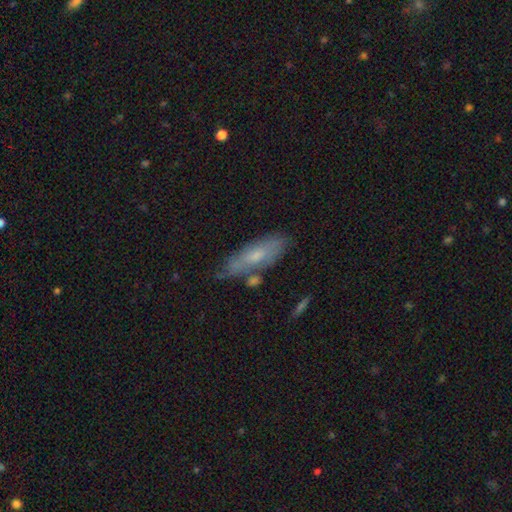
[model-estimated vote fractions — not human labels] This appears to be a smooth galaxy with no disk features (55%) that is in between round and cigar-shaped (53%). Merging: none (63%).